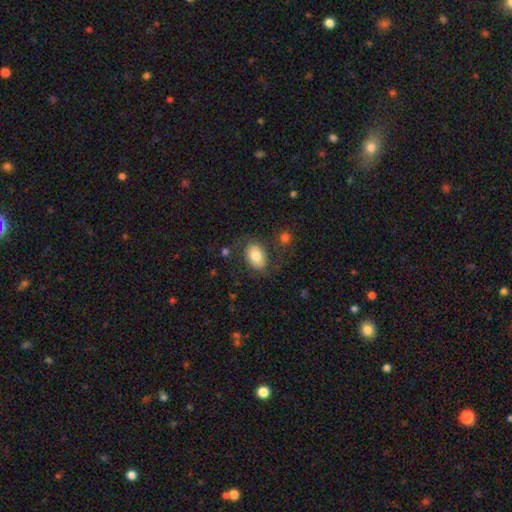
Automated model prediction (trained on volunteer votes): smooth 78%, featured or disk 15%, star or artifact 7%. Down the decision tree: how rounded — in between (86%); merging — none (69%).